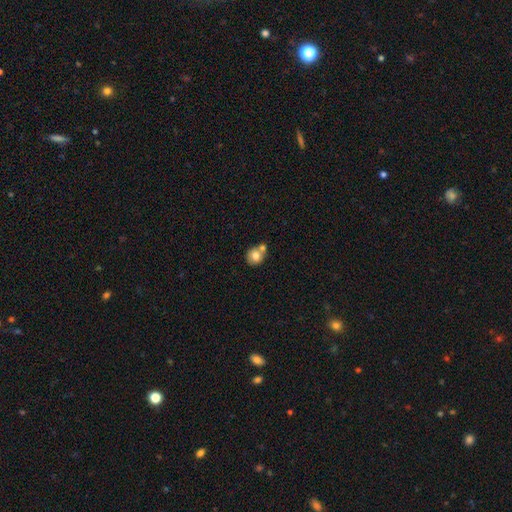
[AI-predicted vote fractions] This appears to be a smooth galaxy with no disk features (76%) that is round (77%). Merging: none (44%).